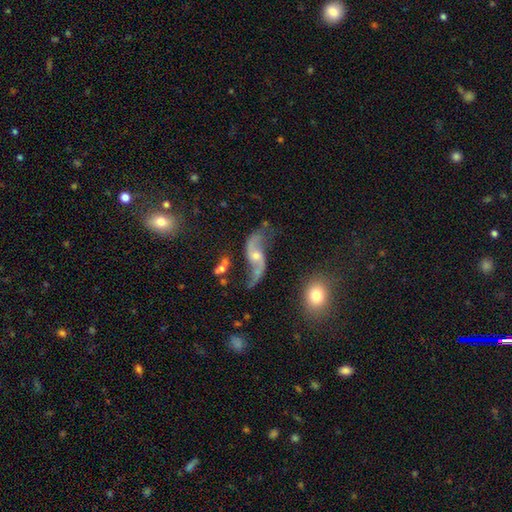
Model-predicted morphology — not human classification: A featured or disk galaxy (87%) with no bar (56%), 2 (93%) loose (88%) spiral arms (95%) and a small central bulge (49%).

Vote fractions:
- Smooth or featured? featured or disk: 87% / star or artifact: 7% / smooth: 6%
- Edge-on disk? no: 95% / yes: 5%
- Bar? no: 56% / weak: 34% / strong: 10%
- Spiral arms? yes: 95% / no: 5%
- Spiral winding? loose: 88% / medium: 9% / tight: 3%
- Spiral arm count? 2: 93% / 1: 2% / can't tell: 2% / 3: 1% / 4: 1% / more than 4: 1%
- Bulge size? small: 49% / moderate: 43% / none: 4% / large: 3% / dominant: 1%
- Merging? none: 62% / minor disturbance: 19% / major disturbance: 13% / merger: 6%